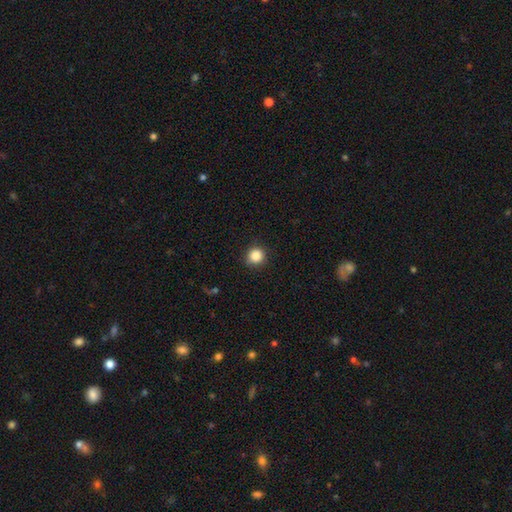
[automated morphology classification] Q: Smooth or featured?
A: smooth (87%); runner-up: star or artifact (10%)
Q: How rounded?
A: round (92%); runner-up: in between (7%)
Q: Merging?
A: none (88%); runner-up: minor disturbance (8%)